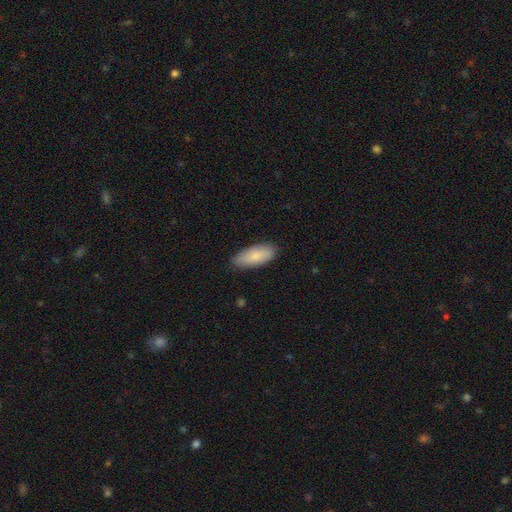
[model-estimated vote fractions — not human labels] A smooth galaxy with no disk features (85%) that is in between round and cigar-shaped (84%). Merging: none (85%).